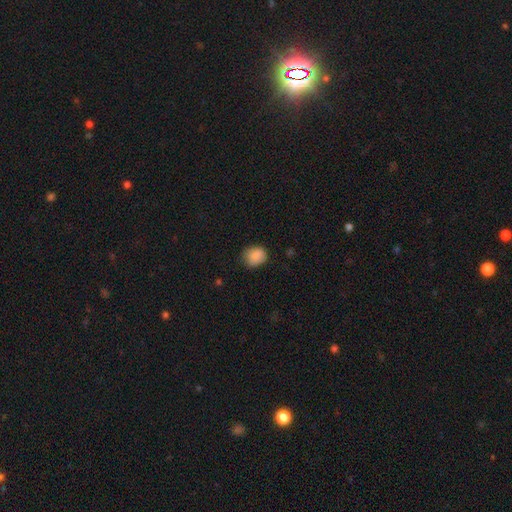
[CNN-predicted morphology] Q: Smooth or featured?
A: smooth (87%); runner-up: star or artifact (9%)
Q: How rounded?
A: round (54%); runner-up: in between (45%)
Q: Merging?
A: none (70%); runner-up: minor disturbance (24%)